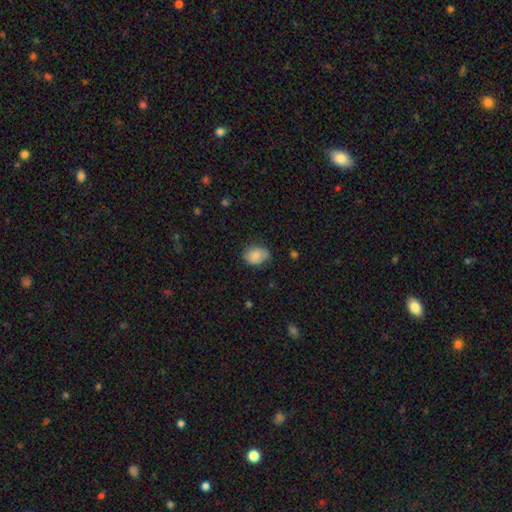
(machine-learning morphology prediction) This appears to be a smooth galaxy with no disk features (84%) that is in between round and cigar-shaped (66%). Merging: none (70%).